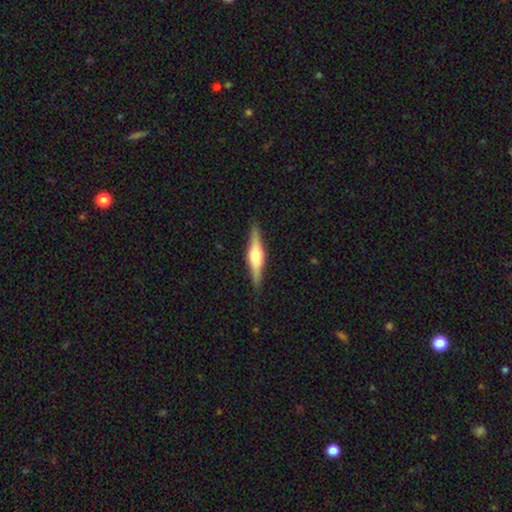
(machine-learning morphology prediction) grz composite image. It shows a featured or disk galaxy (69%) viewed edge-on (97%) with a rounded central bulge (85%). Merging: none (89%).